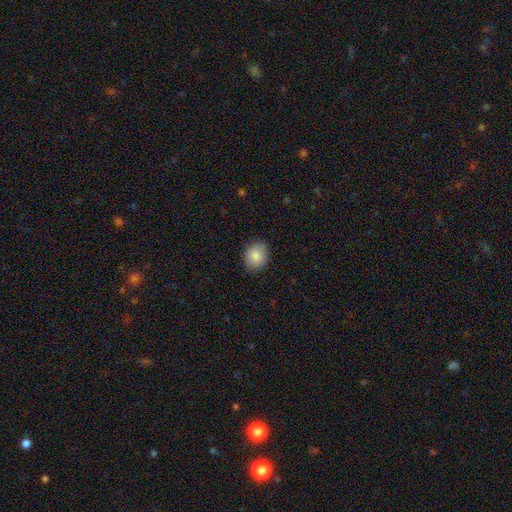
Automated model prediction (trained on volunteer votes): A smooth galaxy with no disk features (86%) that is round (55%).

Vote fractions:
- Smooth or featured? smooth: 86% / star or artifact: 8% / featured or disk: 6%
- How rounded? round: 55% / in between: 44% / cigar-shaped: 1%
- Merging? none: 86% / minor disturbance: 11% / major disturbance: 2% / merger: 1%